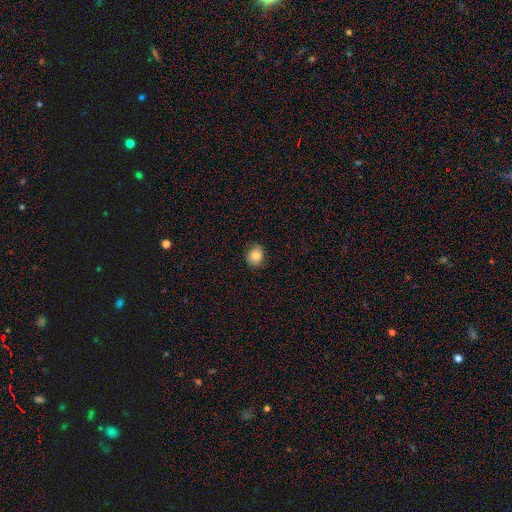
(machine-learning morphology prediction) type=smooth (76%); roundness=round (65%); merging=none (75%).